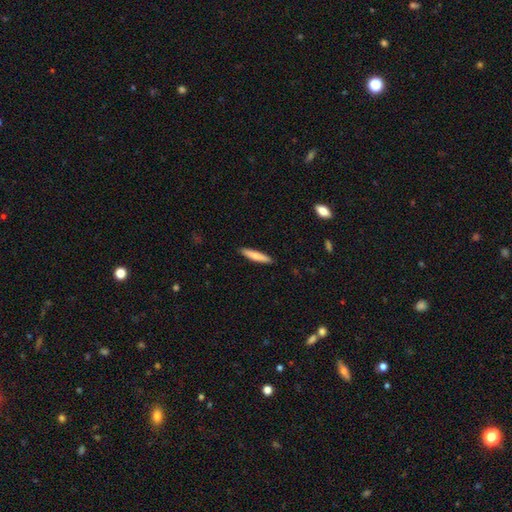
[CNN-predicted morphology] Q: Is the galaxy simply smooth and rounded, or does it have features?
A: smooth — 77%.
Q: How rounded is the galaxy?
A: cigar-shaped — 89%.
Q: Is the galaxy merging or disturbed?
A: none — 91%.